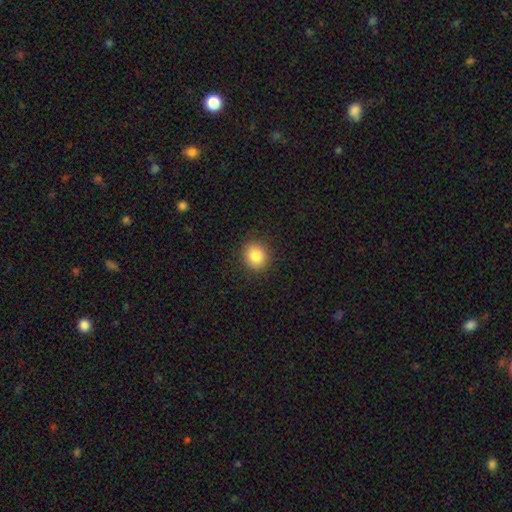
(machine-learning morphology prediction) smooth 84%, star or artifact 10%, featured or disk 6%. Down the decision tree: how rounded — round (83%); merging — none (90%).